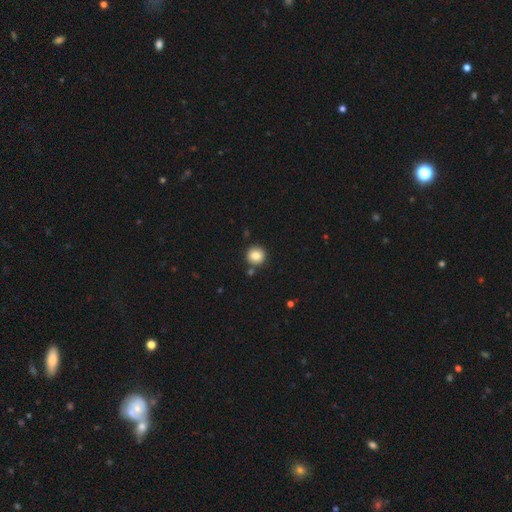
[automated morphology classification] smooth-or-featured: smooth: 85% | star or artifact: 9% | featured or disk: 6%
  how-rounded: round: 94% | in between: 5% | cigar-shaped: 1%
  merging: none: 85% | minor disturbance: 7% | merger: 6% | major disturbance: 2%